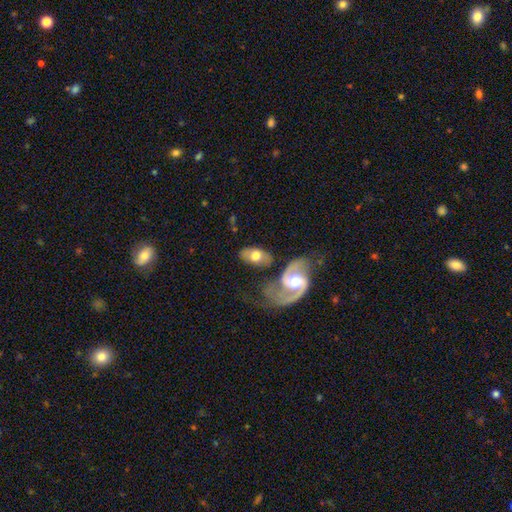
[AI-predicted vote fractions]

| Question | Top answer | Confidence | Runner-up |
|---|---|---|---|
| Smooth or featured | featured or disk | 49% | smooth (46%) |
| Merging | none | 59% | minor disturbance (18%) |